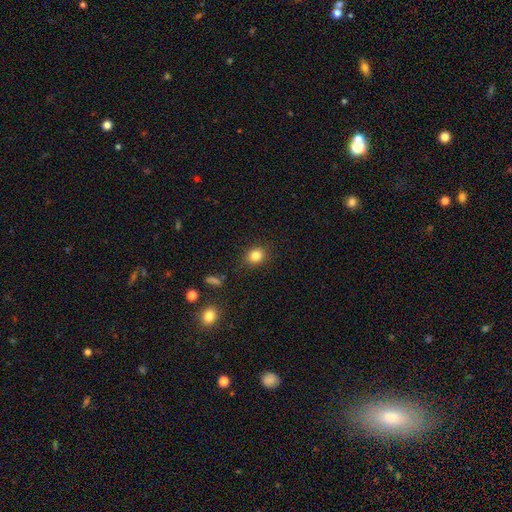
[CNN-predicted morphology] smooth 83%, star or artifact 11%, featured or disk 6%. Down the decision tree: how rounded — round (65%); merging — none (86%).